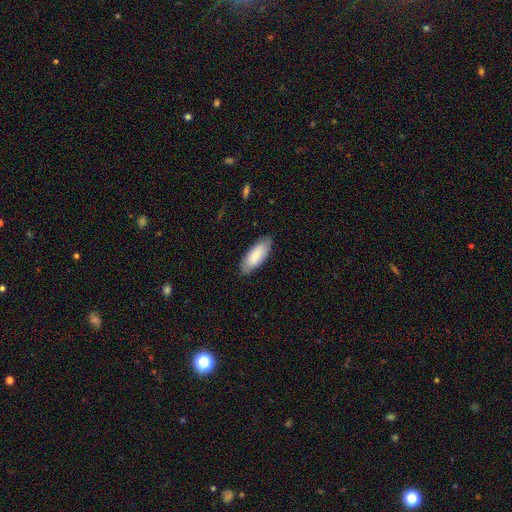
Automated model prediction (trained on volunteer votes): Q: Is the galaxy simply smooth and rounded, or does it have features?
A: smooth — 81%.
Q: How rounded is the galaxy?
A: in between — 76%.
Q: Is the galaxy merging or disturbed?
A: none — 84%.